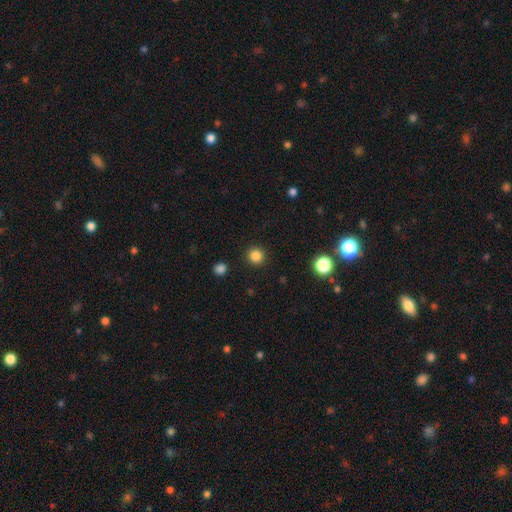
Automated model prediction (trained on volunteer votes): A smooth galaxy with no disk features (84%) that is round (93%).

Vote fractions:
- Smooth or featured? smooth: 84% / star or artifact: 12% / featured or disk: 4%
- How rounded? round: 93% / in between: 6% / cigar-shaped: 1%
- Merging? none: 92% / minor disturbance: 5% / major disturbance: 2% / merger: 1%